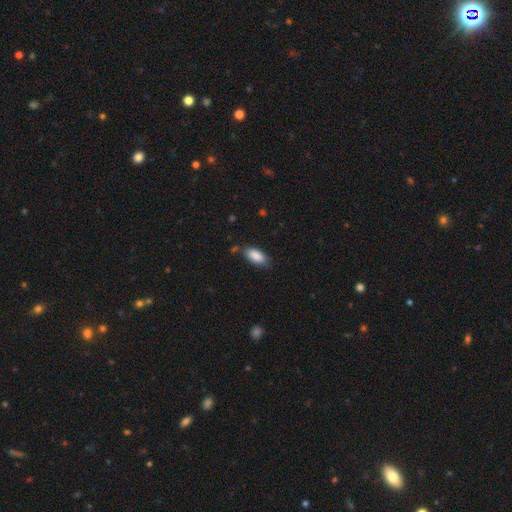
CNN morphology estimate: smooth_or_featured: smooth (p=0.88) [alt: star or artifact p=0.07]
how_rounded: in between (p=0.90) [alt: cigar-shaped p=0.08]
merging: none (p=0.74) [alt: minor disturbance p=0.19]